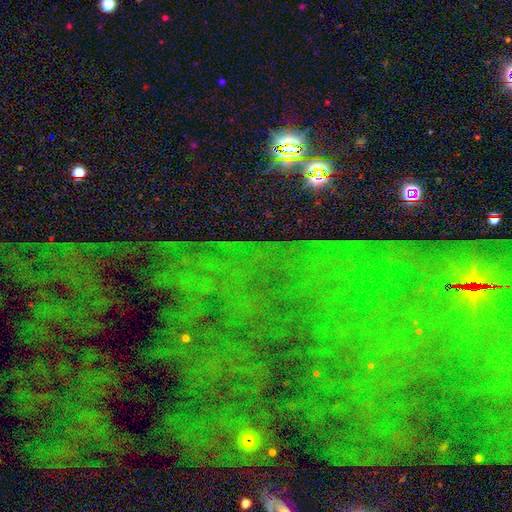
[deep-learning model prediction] Smooth or featured? star or artifact (77%)